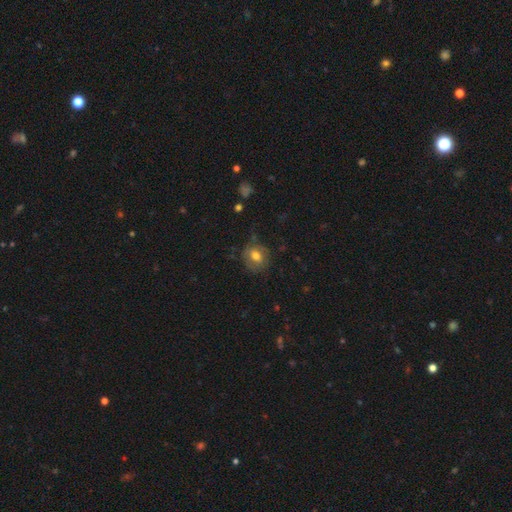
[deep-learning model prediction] Smooth or featured? Predicted: smooth (p=0.63). How rounded? Predicted: round (p=0.62). Merging? Predicted: none (p=0.65).